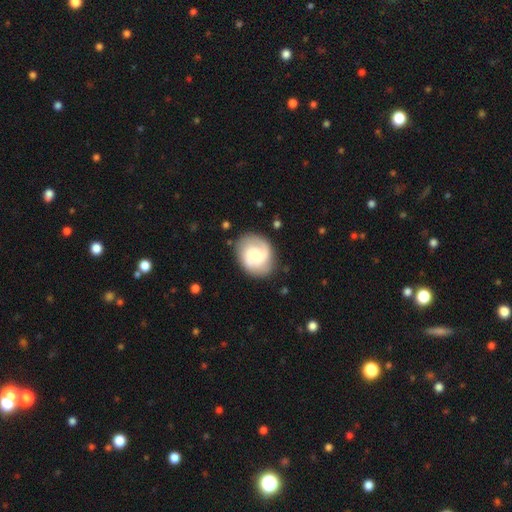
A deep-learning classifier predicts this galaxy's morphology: featured or disk 69%, smooth 25%, star or artifact 6%. Down the decision tree: edge-on disk — no (98%); bar — no (57%); spiral arms — yes (95%); spiral arm count — 2 (71%); spiral winding — medium (45%); bulge size — small (39%); merging — none (77%).